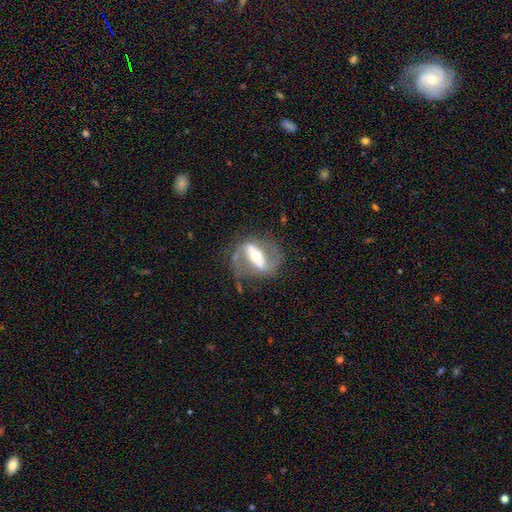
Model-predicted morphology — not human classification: Q: Smooth or featured?
A: featured or disk (86%); runner-up: smooth (9%)
Q: Edge-on disk?
A: no (93%); runner-up: yes (7%)
Q: Bar?
A: strong (63%); runner-up: weak (22%)
Q: Spiral arms?
A: yes (88%); runner-up: no (12%)
Q: Spiral winding?
A: medium (48%); runner-up: loose (34%)
Q: Spiral arm count?
A: 2 (89%); runner-up: can't tell (4%)
Q: Bulge size?
A: moderate (61%); runner-up: small (27%)
Q: Merging?
A: none (69%); runner-up: minor disturbance (16%)